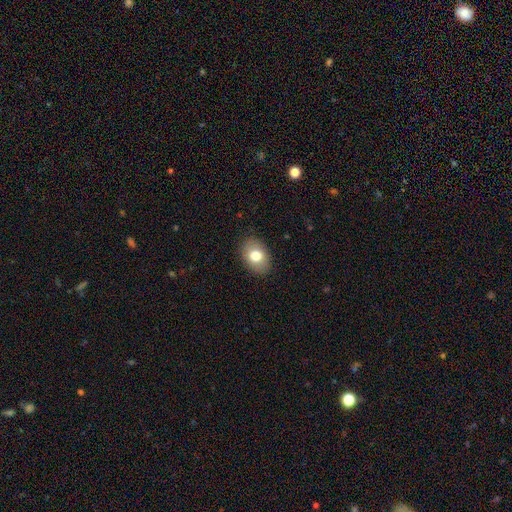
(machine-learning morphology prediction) A smooth galaxy with no disk features (77%) that is in between round and cigar-shaped (77%).

Vote fractions:
- Smooth or featured? smooth: 77% / featured or disk: 15% / star or artifact: 8%
- How rounded? in between: 77% / round: 22% / cigar-shaped: 1%
- Merging? none: 87% / minor disturbance: 9% / major disturbance: 2% / merger: 1%